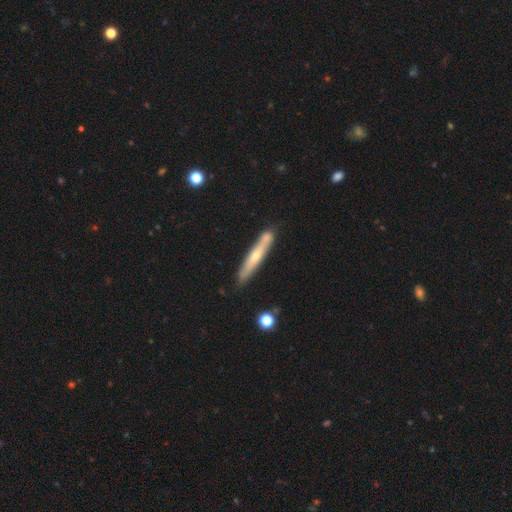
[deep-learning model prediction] smooth-or-featured: featured or disk: 47% (tied) | smooth: 47% (tied) | star or artifact: 6%
  merging: none: 77% | minor disturbance: 14% | merger: 7% | major disturbance: 3%